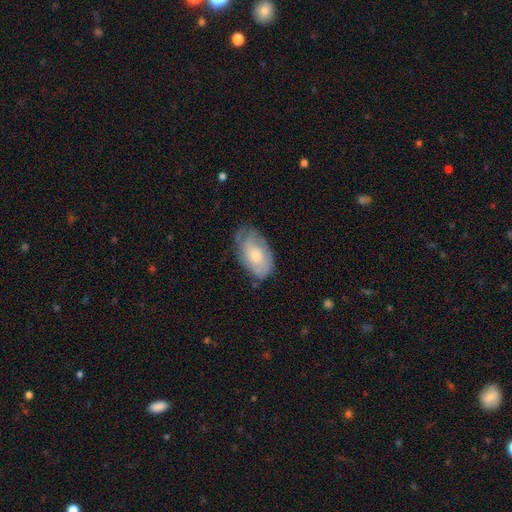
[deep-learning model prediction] Overall: smooth (50%; featured or disk 44%). Merging: none (58%; minor disturbance 31%).